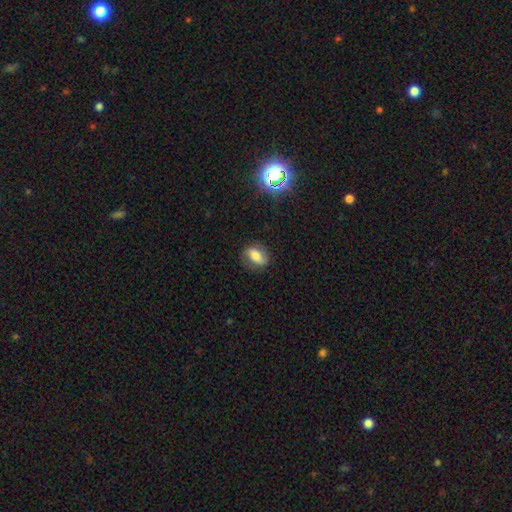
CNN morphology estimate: smooth 63%, featured or disk 26%, star or artifact 11%. Down the decision tree: how rounded — in between (75%); merging — none (77%).